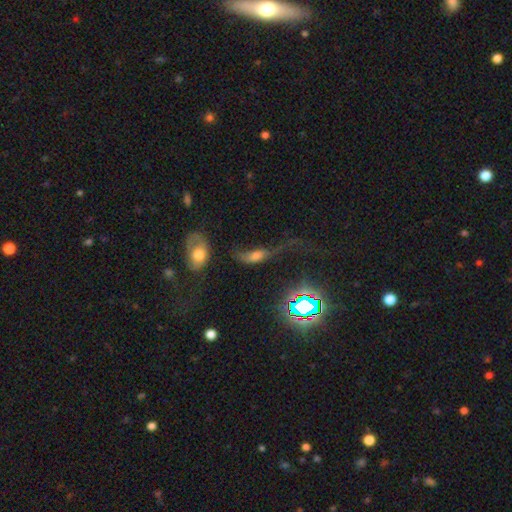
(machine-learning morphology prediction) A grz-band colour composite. It shows a smooth galaxy with no disk features (46%). Merging: major disturbance (49%).